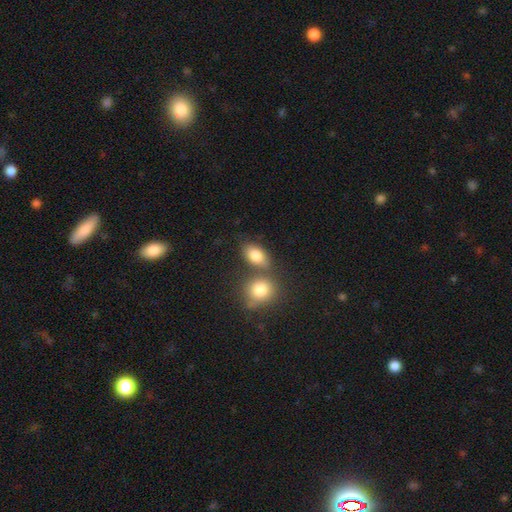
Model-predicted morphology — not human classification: Q: Smooth or featured?
A: smooth (82%); runner-up: featured or disk (10%)
Q: How rounded?
A: in between (80%); runner-up: round (18%)
Q: Merging?
A: none (53%); runner-up: merger (32%)